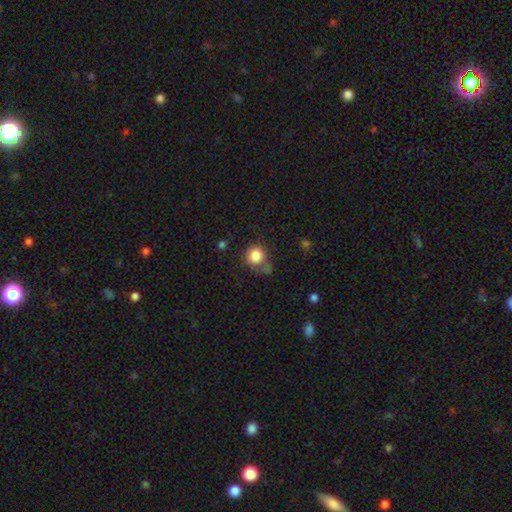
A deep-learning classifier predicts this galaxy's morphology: Q: Smooth or featured?
A: smooth (85%); runner-up: star or artifact (9%)
Q: How rounded?
A: round (89%); runner-up: in between (10%)
Q: Merging?
A: none (59%); runner-up: minor disturbance (21%)